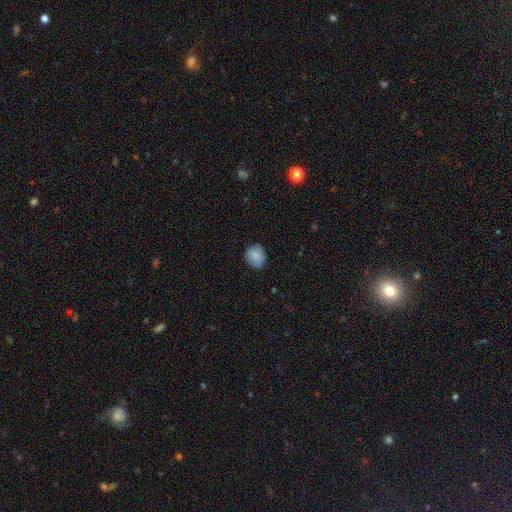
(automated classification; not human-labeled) The model was most divided on "how rounded": round: 63%, in between: 36%, cigar-shaped: 1%. More confident: smooth or featured — smooth (84%); merging — none (81%).